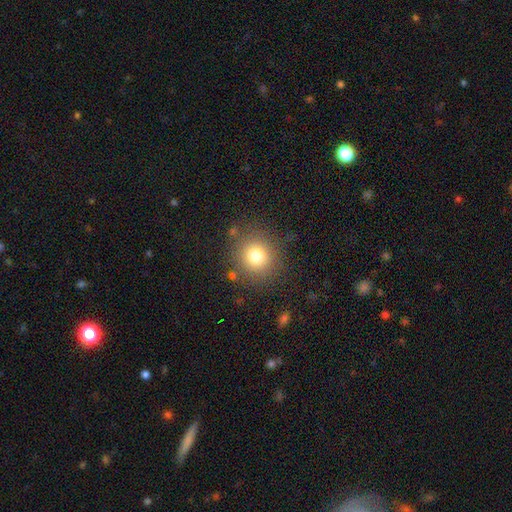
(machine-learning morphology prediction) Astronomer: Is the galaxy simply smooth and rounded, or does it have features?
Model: smooth — 79%.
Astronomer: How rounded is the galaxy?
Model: round — 89%.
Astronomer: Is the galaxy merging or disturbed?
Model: none — 84%.